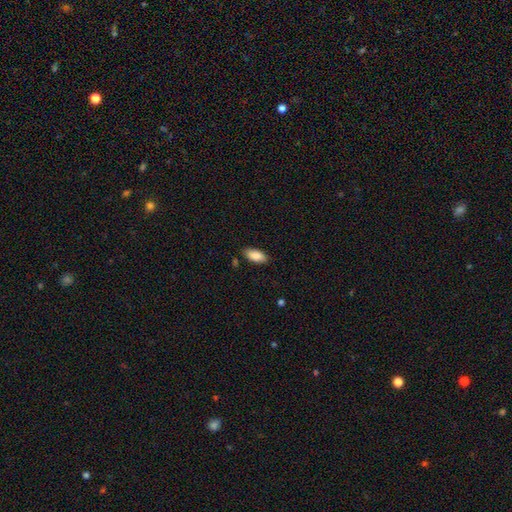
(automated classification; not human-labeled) Overall: smooth (87%). How rounded: in between (89%). Merging: none (85%).